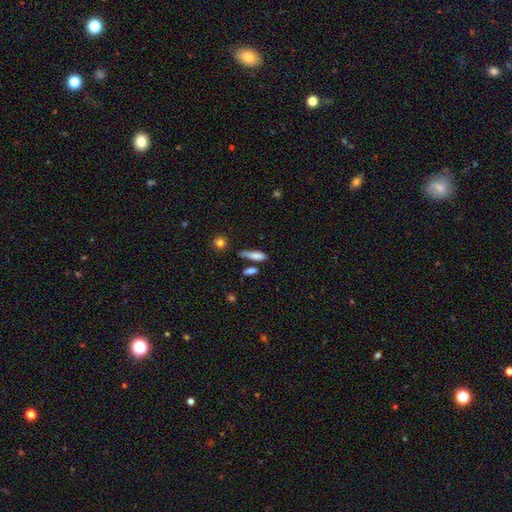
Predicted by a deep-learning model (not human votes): smooth 78%, featured or disk 13%, star or artifact 9%. Down the decision tree: how rounded — cigar-shaped (65%); merging — none (56%).